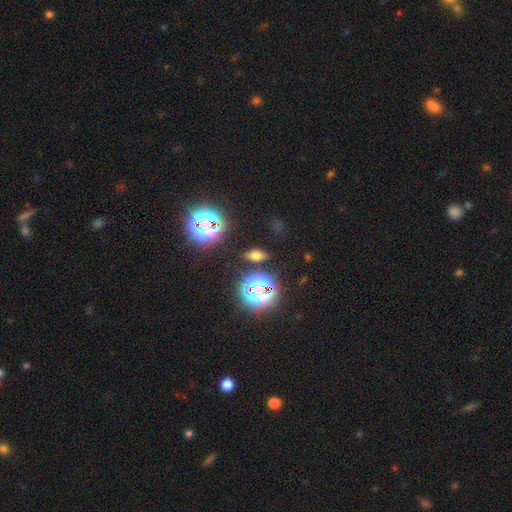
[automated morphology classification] smooth-or-featured: smooth: 54% | star or artifact: 34% | featured or disk: 12%
  how-rounded: in between: 74% | round: 15% | cigar-shaped: 11%
  merging: none: 86% | minor disturbance: 8% | merger: 3% | major disturbance: 3%